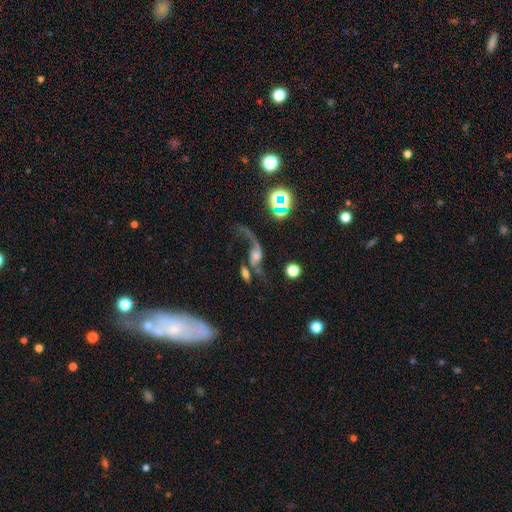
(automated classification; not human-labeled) A featured or disk galaxy (70%) with no bar (64%), 2 (70%) loose (92%) spiral arms (84%) and a moderate central bulge (35%). Merging: merger (32%).